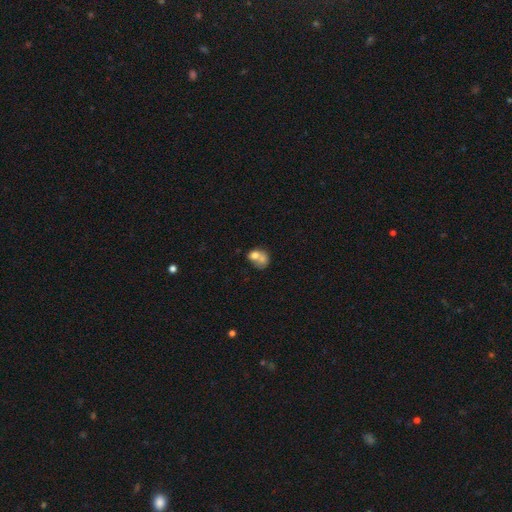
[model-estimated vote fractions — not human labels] smooth 66%, featured or disk 25%, star or artifact 10%. Down the decision tree: how rounded — in between (50%); merging — merger (61%).